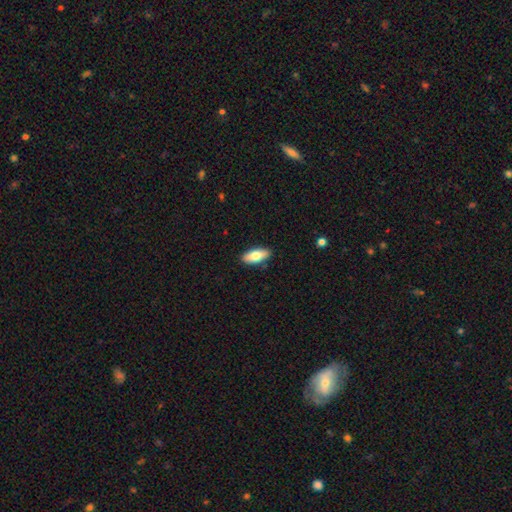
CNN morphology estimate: A smooth galaxy with no disk features (76%) that is in between round and cigar-shaped (82%).

Vote fractions:
- Smooth or featured? smooth: 76% / featured or disk: 18% / star or artifact: 6%
- How rounded? in between: 82% / cigar-shaped: 15% / round: 2%
- Merging? none: 89% / minor disturbance: 9% / major disturbance: 2% / merger: 1%